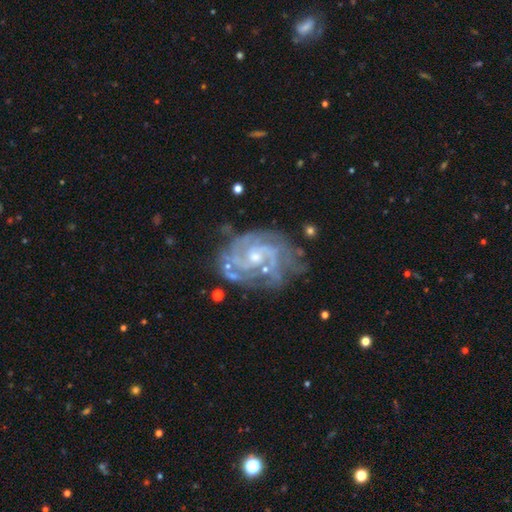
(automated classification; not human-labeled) This appears to be a featured or disk galaxy (84%) with no bar (55%), tight (63%) spiral arms (94%) and a small central bulge (56%). Merging: none (68%).